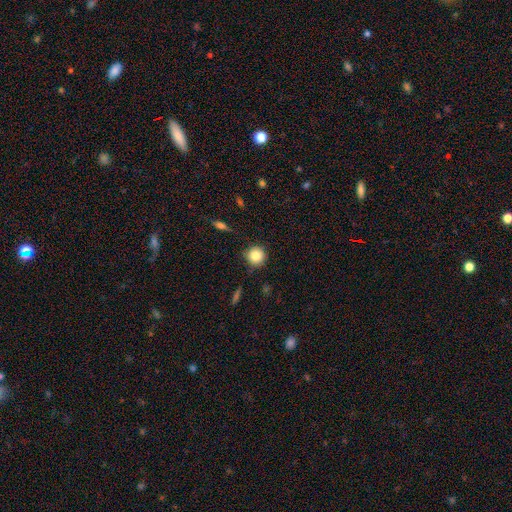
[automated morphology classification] smooth-or-featured: smooth: 83% | star or artifact: 10% | featured or disk: 7%
  how-rounded: round: 94% | in between: 5% | cigar-shaped: 1%
  merging: none: 88% | minor disturbance: 8% | major disturbance: 2% | merger: 2%